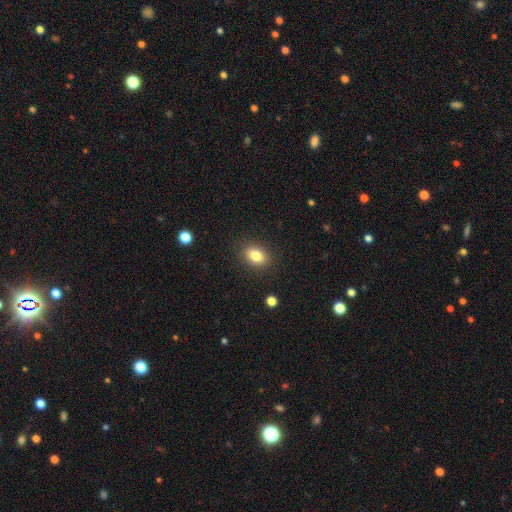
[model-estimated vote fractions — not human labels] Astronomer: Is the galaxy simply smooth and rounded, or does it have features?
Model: smooth — 83%.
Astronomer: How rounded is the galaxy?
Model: in between — 77%.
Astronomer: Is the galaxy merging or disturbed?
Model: none — 88%.